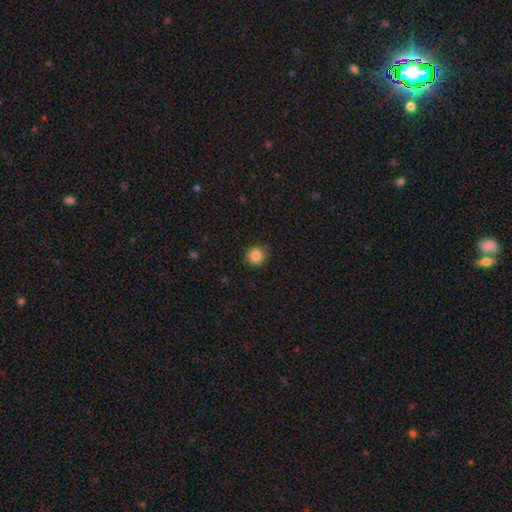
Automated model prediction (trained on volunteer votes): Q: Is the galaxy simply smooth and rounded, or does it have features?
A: smooth — 87%.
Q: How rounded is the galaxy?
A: round — 93%.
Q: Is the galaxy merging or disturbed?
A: none — 89%.